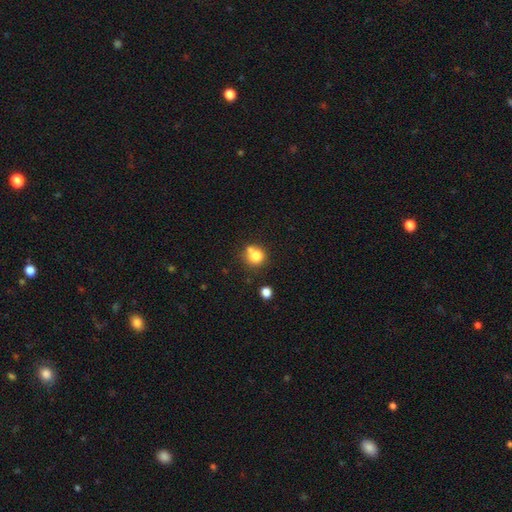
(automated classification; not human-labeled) smooth 77%, featured or disk 12%, star or artifact 11%. Down the decision tree: how rounded — round (86%); merging — none (53%).